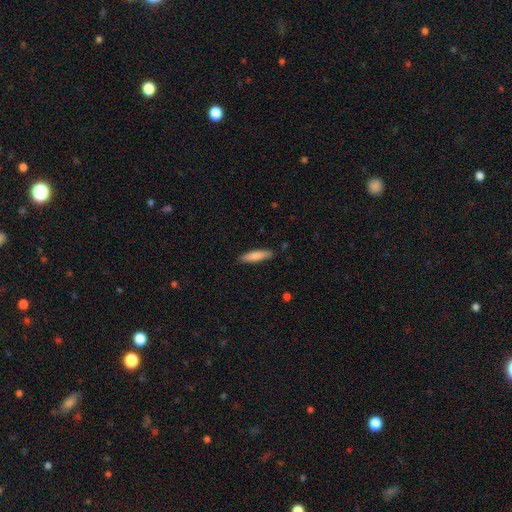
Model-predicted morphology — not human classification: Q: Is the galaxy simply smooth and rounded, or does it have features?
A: smooth — 80%.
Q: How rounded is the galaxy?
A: cigar-shaped — 76%.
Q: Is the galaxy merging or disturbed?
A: none — 88%.